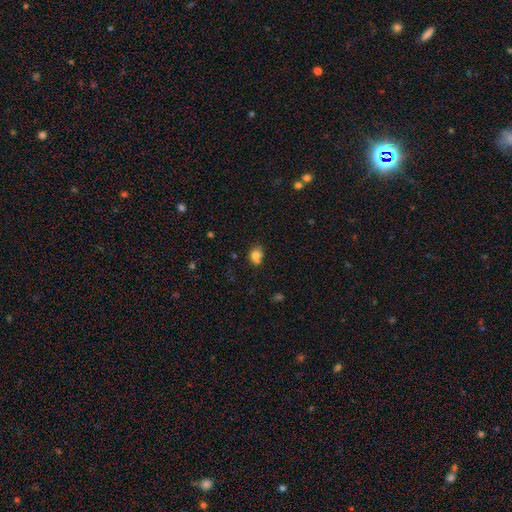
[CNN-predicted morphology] type=smooth (78%); roundness=round (55%); merging=none (55%).